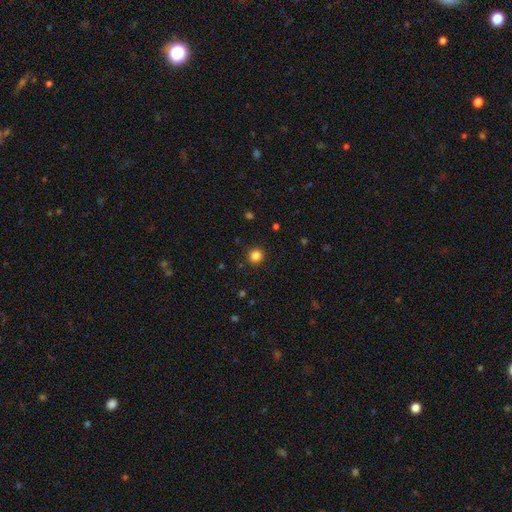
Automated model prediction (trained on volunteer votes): smooth 83%, star or artifact 12%, featured or disk 4%. Down the decision tree: how rounded — round (93%); merging — none (92%).